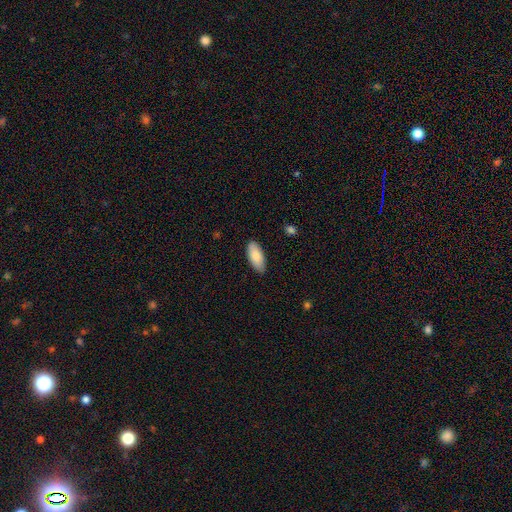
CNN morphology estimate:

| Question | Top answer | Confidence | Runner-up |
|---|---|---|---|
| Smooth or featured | smooth | 86% | featured or disk (9%) |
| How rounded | in between | 89% | cigar-shaped (9%) |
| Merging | none | 87% | minor disturbance (11%) |